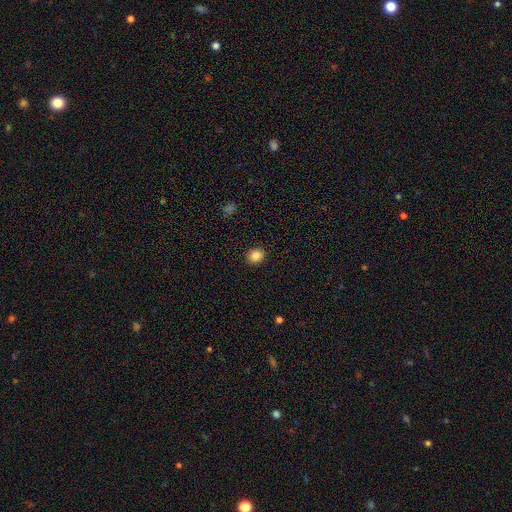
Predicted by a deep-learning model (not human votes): Morphology: type=smooth (84%); roundness=round (75%); merging=none (91%).